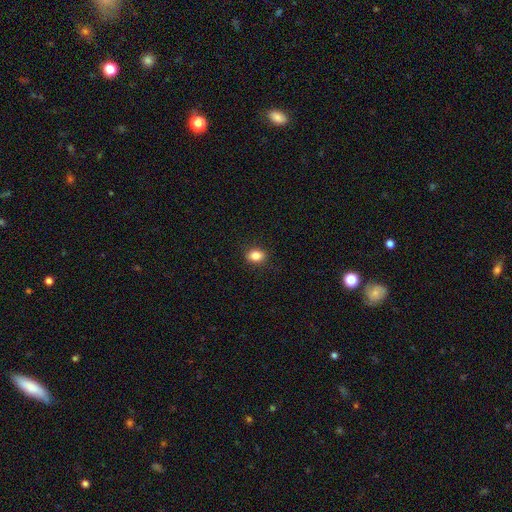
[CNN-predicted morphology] Overall: smooth (85%). How rounded: in between (65%; round 34%). Merging: none (89%).